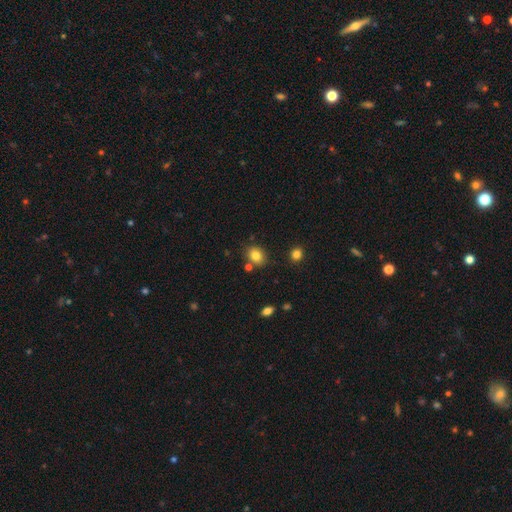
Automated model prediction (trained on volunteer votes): Smooth or featured: smooth — 82% (star or artifact — 11%)
How rounded: in between — 52% (round — 47%)
Merging: none — 78% (minor disturbance — 11%)